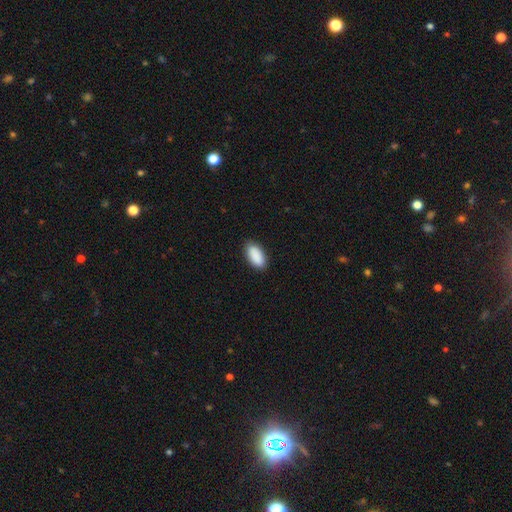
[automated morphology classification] smooth 91%, star or artifact 6%, featured or disk 3%. Down the decision tree: how rounded — in between (93%); merging — none (88%).